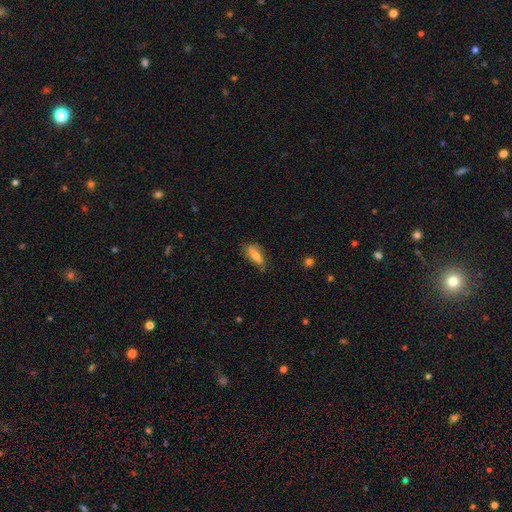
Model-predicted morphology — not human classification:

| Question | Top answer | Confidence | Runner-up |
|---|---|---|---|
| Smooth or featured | smooth | 67% | featured or disk (25%) |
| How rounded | in between | 69% | cigar-shaped (28%) |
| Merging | none | 63% | minor disturbance (27%) |